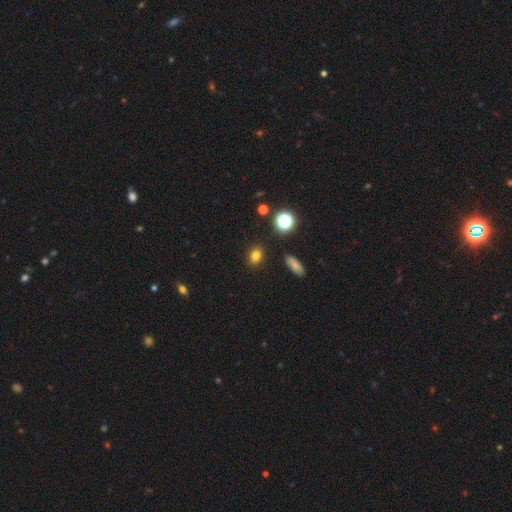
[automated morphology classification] A smooth galaxy with no disk features (77%) that is in between round and cigar-shaped (58%).

Vote fractions:
- Smooth or featured? smooth: 77% / star or artifact: 16% / featured or disk: 7%
- How rounded? in between: 58% / round: 40% / cigar-shaped: 2%
- Merging? none: 87% / minor disturbance: 8% / major disturbance: 2% / merger: 2%